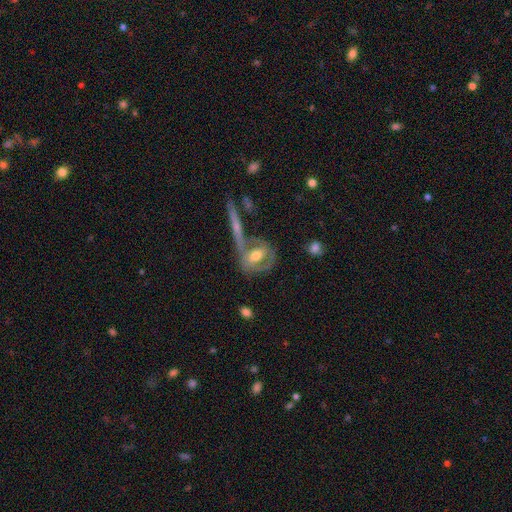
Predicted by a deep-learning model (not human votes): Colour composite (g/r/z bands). It shows a featured or disk galaxy (61%). Merging: none (50%).